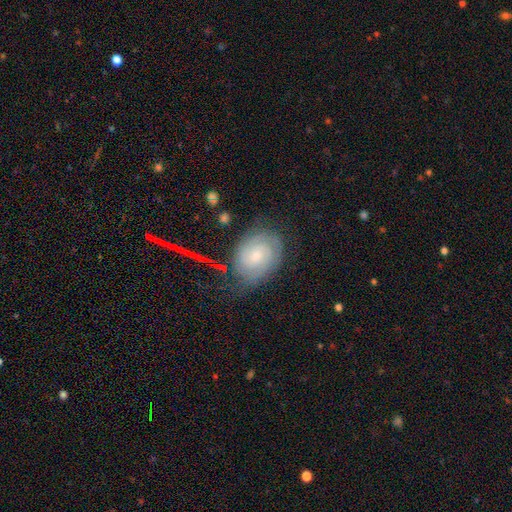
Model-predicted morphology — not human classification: Q: Smooth or featured?
A: featured or disk (68%); runner-up: smooth (24%)
Q: Edge-on disk?
A: no (97%); runner-up: yes (3%)
Q: Bar?
A: no (68%); runner-up: weak (28%)
Q: Spiral arms?
A: yes (91%); runner-up: no (9%)
Q: Spiral winding?
A: tight (66%); runner-up: medium (27%)
Q: Spiral arm count?
A: 2 (43%); runner-up: can't tell (33%)
Q: Bulge size?
A: small (61%); runner-up: moderate (34%)
Q: Merging?
A: none (69%); runner-up: minor disturbance (20%)